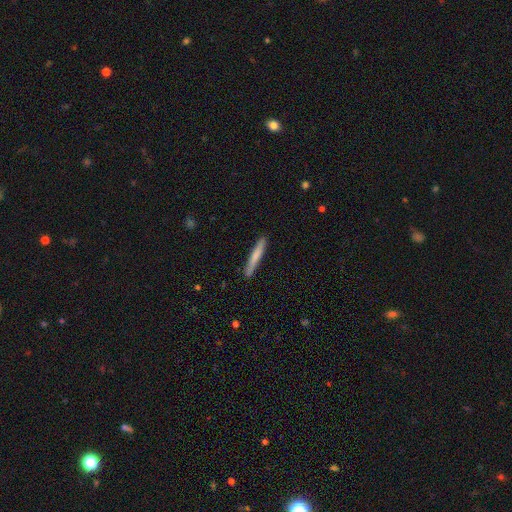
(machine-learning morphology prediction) smooth-or-featured: smooth: 70% | featured or disk: 25% | star or artifact: 5%
  how-rounded: cigar-shaped: 96% | in between: 3% | round: 1%
  merging: none: 89% | minor disturbance: 8% | major disturbance: 2% | merger: 1%